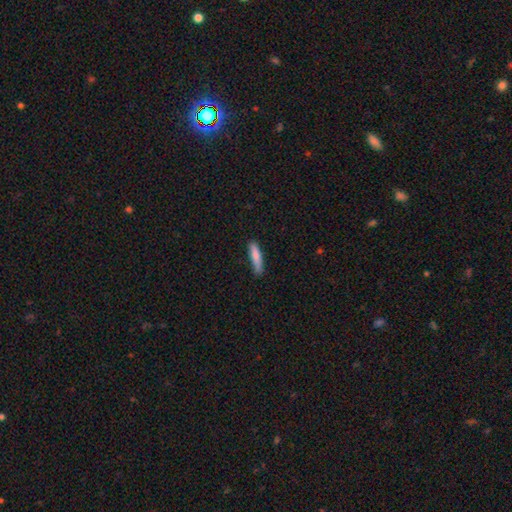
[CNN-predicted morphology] Q: Smooth or featured?
A: smooth (82%); runner-up: featured or disk (12%)
Q: How rounded?
A: cigar-shaped (81%); runner-up: in between (17%)
Q: Merging?
A: none (75%); runner-up: minor disturbance (20%)